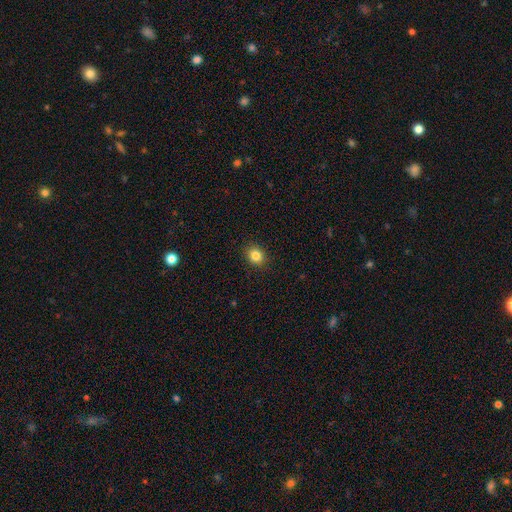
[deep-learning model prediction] Overall: smooth (84%). How rounded: round (65%; in between 34%). Merging: none (90%).